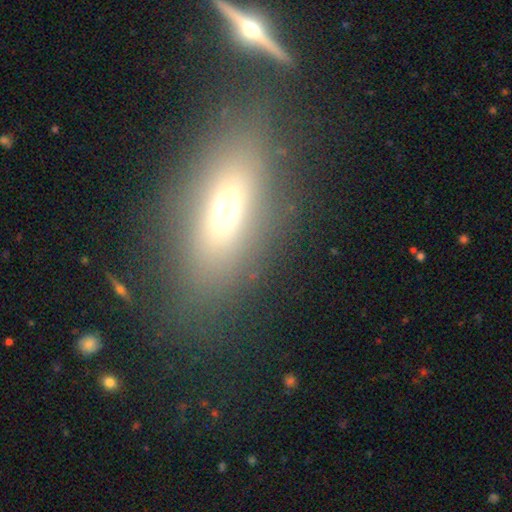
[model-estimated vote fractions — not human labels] This appears to be a smooth galaxy with no disk features (54%) that is in between round and cigar-shaped (72%). Merging: none (74%).